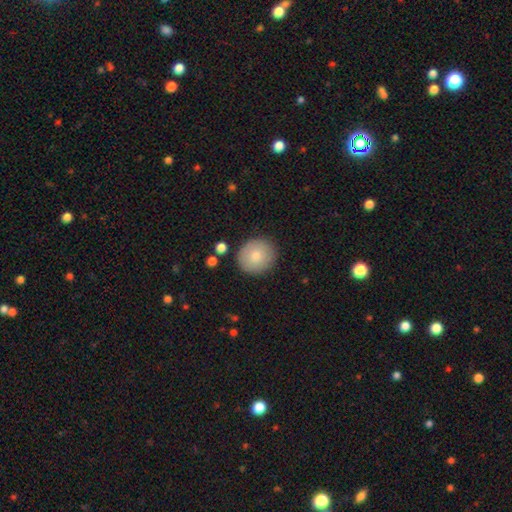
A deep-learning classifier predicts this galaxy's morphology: Smooth or featured? Predicted: smooth (p=0.81). How rounded? Predicted: round (p=0.89). Merging? Predicted: none (p=0.87).